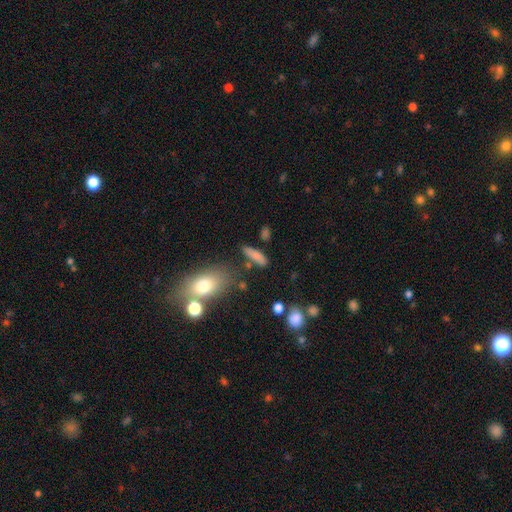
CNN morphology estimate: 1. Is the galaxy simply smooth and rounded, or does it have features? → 78% smooth, 12% featured or disk, 9% star or artifact.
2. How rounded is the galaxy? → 58% cigar-shaped, 38% in between, 4% round.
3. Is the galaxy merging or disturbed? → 71% none, 16% minor disturbance, 8% merger, 5% major disturbance.